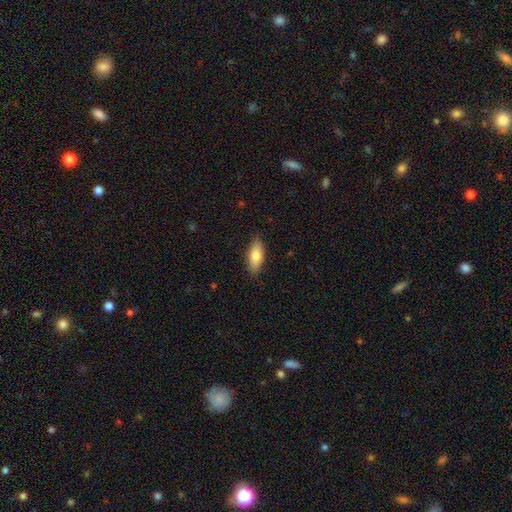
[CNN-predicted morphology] This is likely a smooth galaxy (78%). How rounded: likely in between (76%). Merging: clearly none (86%).